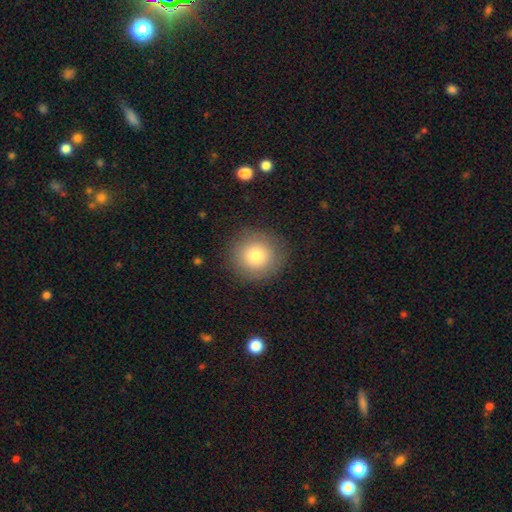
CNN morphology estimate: Overall: smooth (79%). How rounded: round (92%). Merging: none (88%).